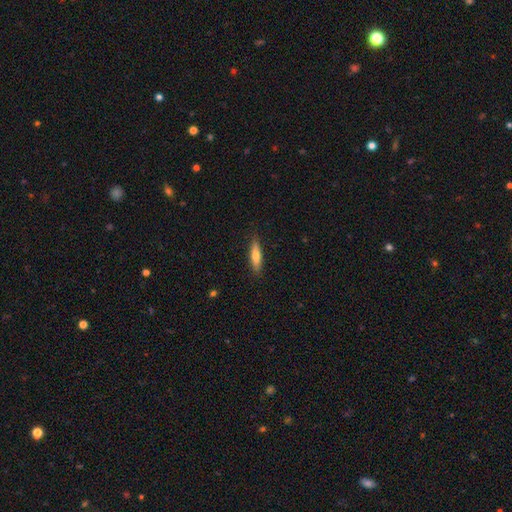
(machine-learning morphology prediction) Smooth or featured: smooth — 70% (featured or disk — 25%)
How rounded: cigar-shaped — 71% (in between — 27%)
Merging: none — 86% (minor disturbance — 11%)